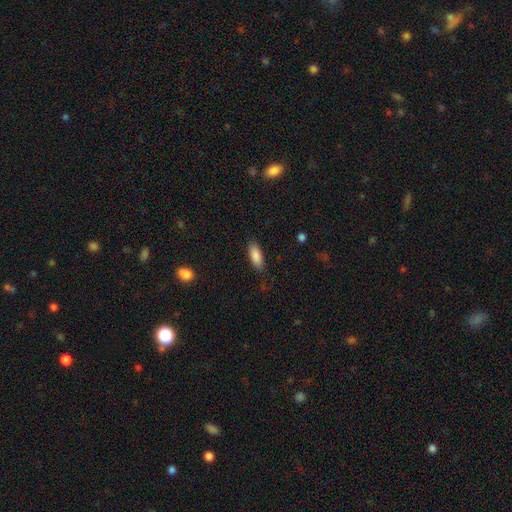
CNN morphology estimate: A smooth galaxy with no disk features (87%) that is in between round and cigar-shaped (76%). Merging: none (82%).